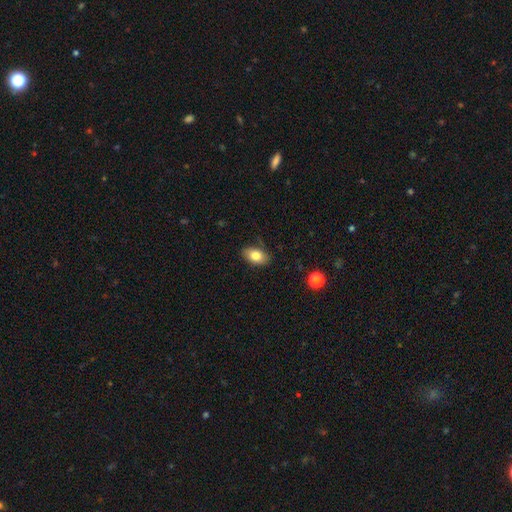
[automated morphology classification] A smooth galaxy with no disk features (81%) that is in between round and cigar-shaped (89%).

Vote fractions:
- Smooth or featured? smooth: 81% / featured or disk: 11% / star or artifact: 8%
- How rounded? in between: 89% / round: 9% / cigar-shaped: 2%
- Merging? none: 84% / minor disturbance: 13% / major disturbance: 2% / merger: 1%